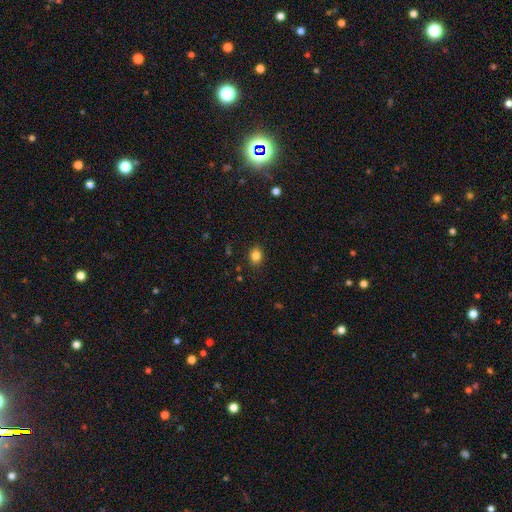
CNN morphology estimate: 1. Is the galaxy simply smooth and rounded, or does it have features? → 83% smooth, 11% star or artifact, 6% featured or disk.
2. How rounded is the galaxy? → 52% in between, 47% round, 1% cigar-shaped.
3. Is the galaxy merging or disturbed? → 88% none, 9% minor disturbance, 2% major disturbance, 1% merger.